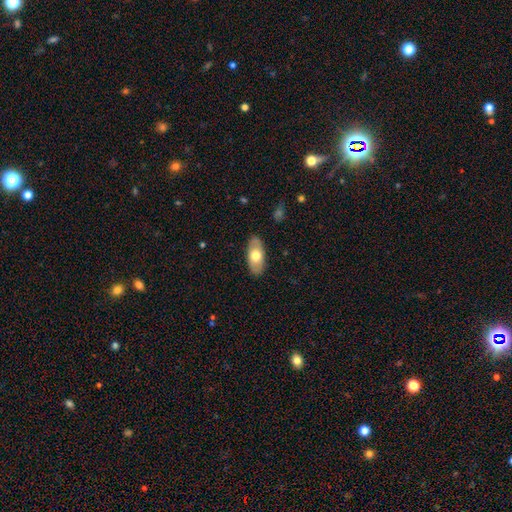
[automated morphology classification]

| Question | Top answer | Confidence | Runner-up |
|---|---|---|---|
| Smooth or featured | smooth | 66% | featured or disk (29%) |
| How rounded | in between | 91% | cigar-shaped (6%) |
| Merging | none | 87% | minor disturbance (10%) |